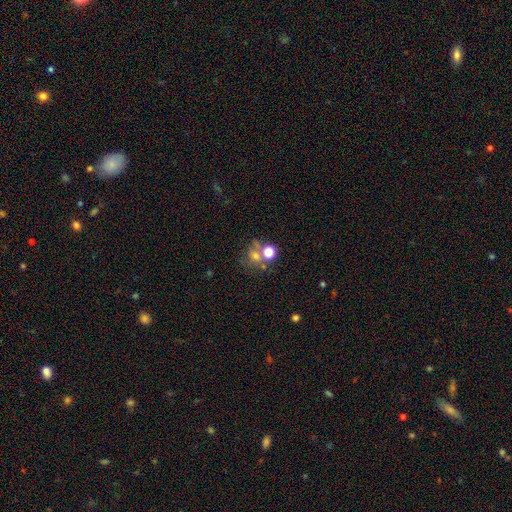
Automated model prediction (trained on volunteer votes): Morphology: type=smooth (54%); roundness=round (70%); merging=none (44%).